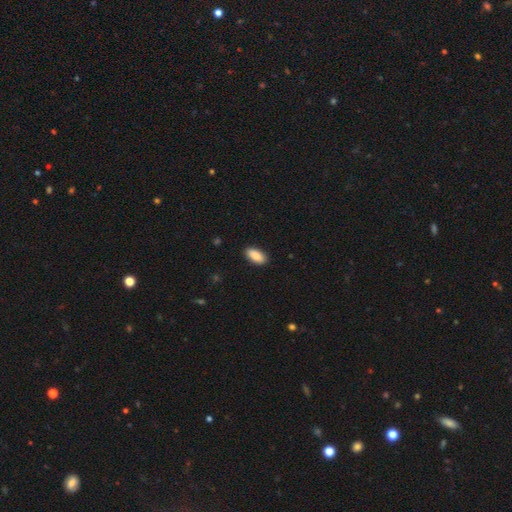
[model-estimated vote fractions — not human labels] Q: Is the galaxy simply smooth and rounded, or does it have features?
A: smooth — 87%.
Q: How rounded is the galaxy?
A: in between — 91%.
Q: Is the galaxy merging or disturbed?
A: none — 90%.